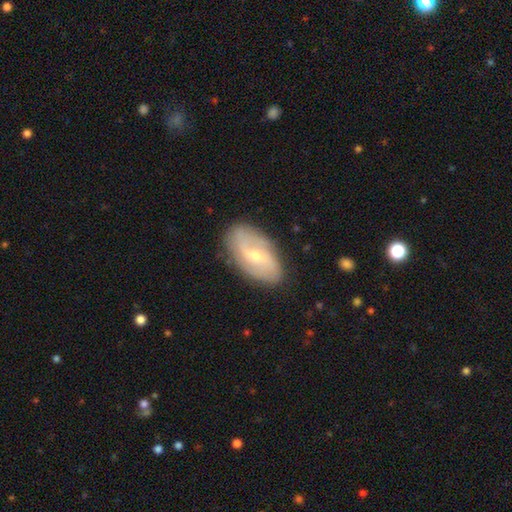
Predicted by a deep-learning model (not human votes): smooth-or-featured: featured or disk: 71% | smooth: 23% | star or artifact: 6%
  disk-edge-on: no: 94% | yes: 6%
    bar: weak: 48% | no: 38% | strong: 14%
    has-spiral-arms: yes: 88% | no: 12%
      spiral-winding: loose: 42% | medium: 38% | tight: 20%
      spiral-arm-count: 2: 79% | can't tell: 12% | 3: 4% | 1: 2% | 4: 2% | more than 4: 1%
    bulge-size: moderate: 48% (tied) | small: 48% (tied) | large: 2% | none: 1% | dominant: 1%
  merging: none: 82% | minor disturbance: 13% | major disturbance: 4% | merger: 1%